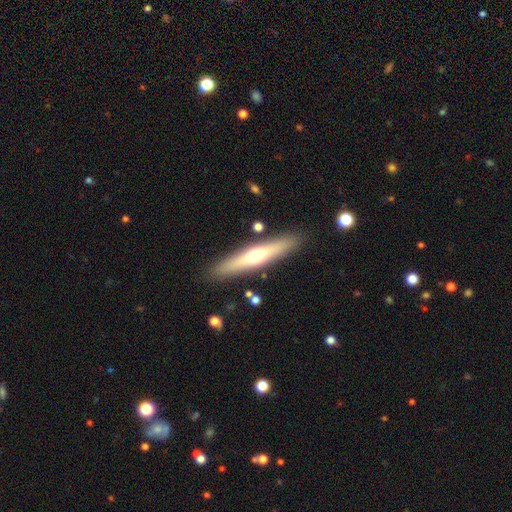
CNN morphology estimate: A featured or disk galaxy (51%) viewed edge-on (90%).

Vote fractions:
- Smooth or featured? featured or disk: 51% / smooth: 43% / star or artifact: 6%
- Edge-on disk? yes: 90% / no: 10%
- Merging? none: 88% / minor disturbance: 8% / merger: 2% / major disturbance: 2%